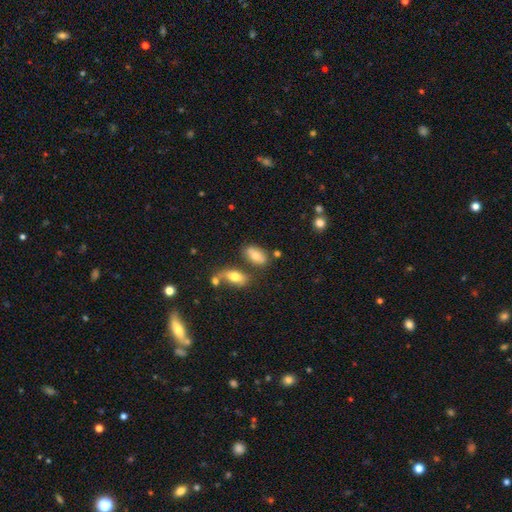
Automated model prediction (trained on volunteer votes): This appears to be a smooth galaxy with no disk features (72%) that is in between round and cigar-shaped (89%). Merging: none (63%).